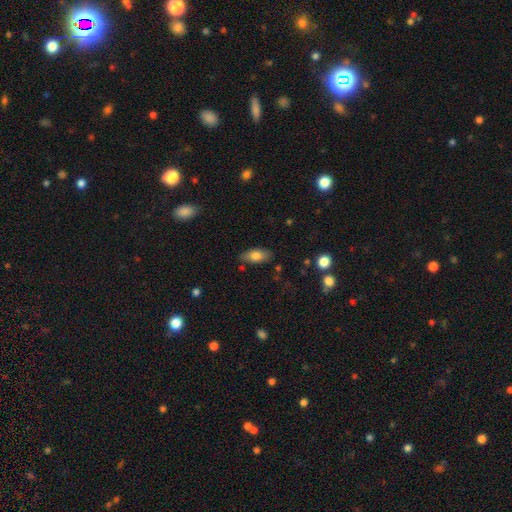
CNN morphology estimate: Smooth or featured?
  - smooth: 76% *
  - featured or disk: 17%
  - star or artifact: 7%
How rounded?
  - in between: 87% *
  - cigar-shaped: 10%
  - round: 3%
Merging?
  - none: 81% *
  - minor disturbance: 14%
  - major disturbance: 3%
  - merger: 2%